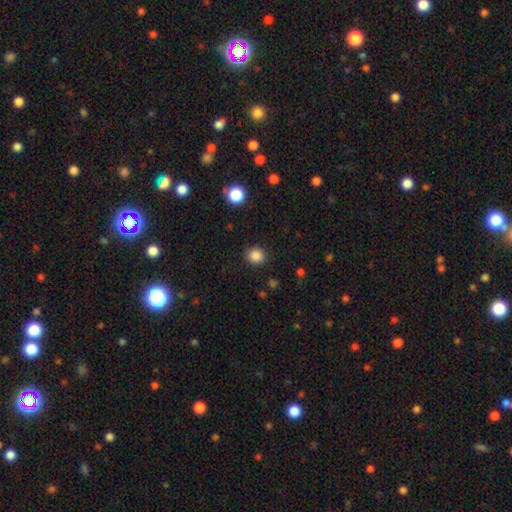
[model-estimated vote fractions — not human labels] Smooth or featured? Predicted: smooth (p=0.86). How rounded? Predicted: round (p=0.82). Merging? Predicted: none (p=0.89).